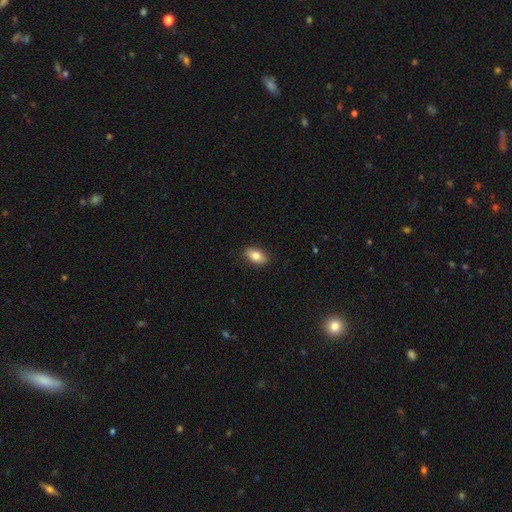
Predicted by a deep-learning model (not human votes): The model was most divided on "smooth or featured": smooth: 83%, featured or disk: 10%, star or artifact: 7%. More confident: how rounded — in between (89%); merging — none (88%).